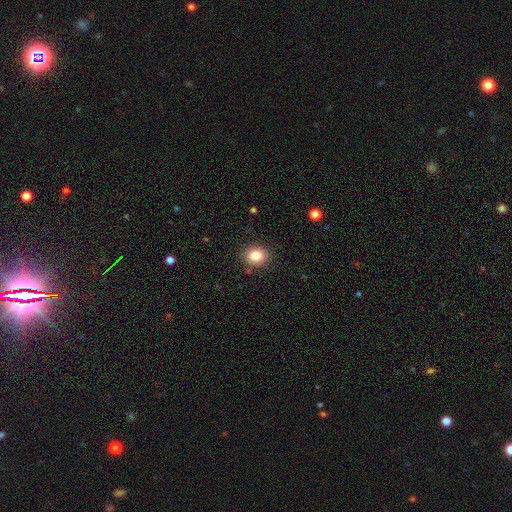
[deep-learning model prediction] smooth 83%, star or artifact 10%, featured or disk 7%. Down the decision tree: how rounded — round (61%); merging — none (87%).